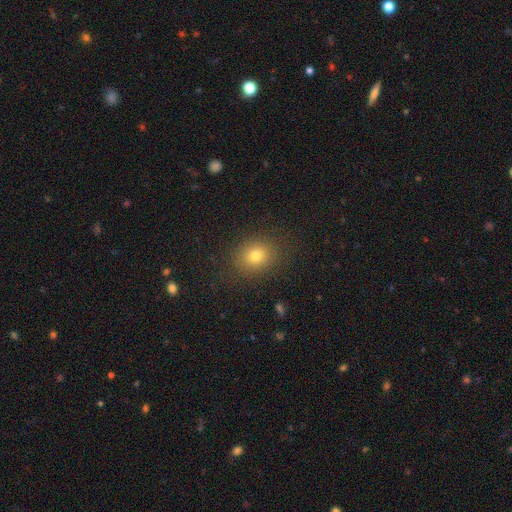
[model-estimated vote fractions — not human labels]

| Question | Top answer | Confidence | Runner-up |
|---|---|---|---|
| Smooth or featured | smooth | 76% | star or artifact (14%) |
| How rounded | round | 59% | in between (40%) |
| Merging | none | 85% | minor disturbance (10%) |